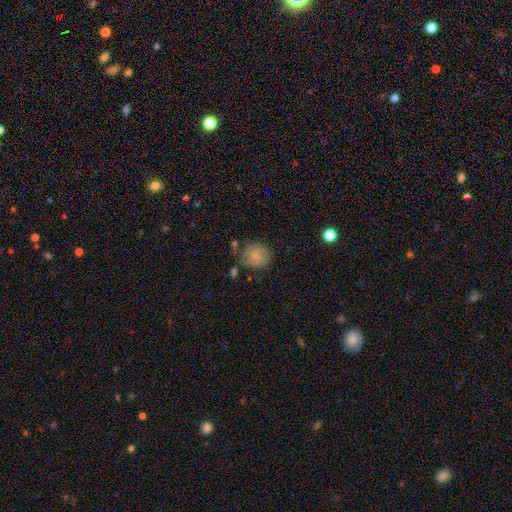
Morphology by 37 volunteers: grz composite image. It shows a smooth galaxy with no disk features (76%) that is round (75%). Merging: none (56%).